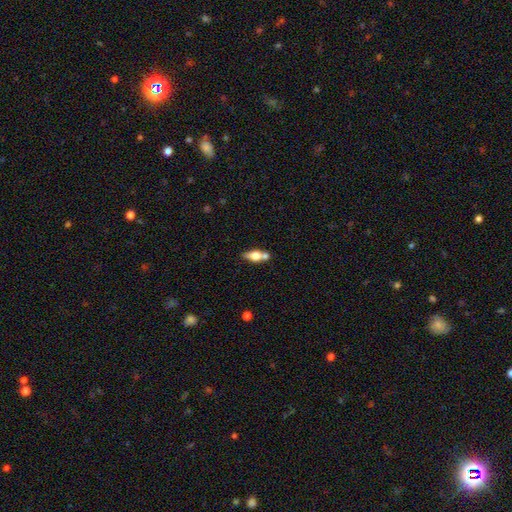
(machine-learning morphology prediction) Smooth or featured?
  - smooth: 56% *
  - featured or disk: 36%
  - star or artifact: 8%
How rounded?
  - in between: 67% *
  - cigar-shaped: 25%
  - round: 9%
Merging?
  - none: 52% *
  - merger: 31%
  - minor disturbance: 13%
  - major disturbance: 5%